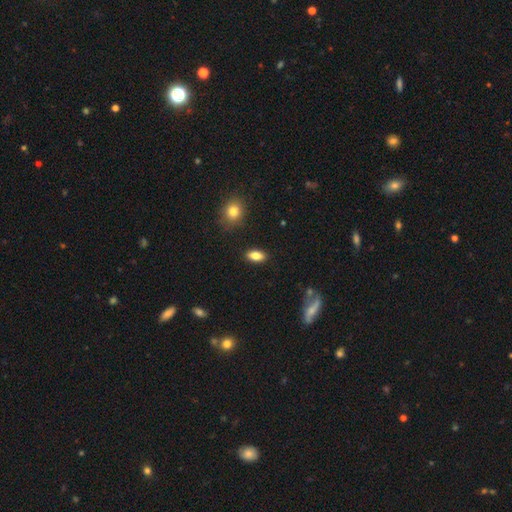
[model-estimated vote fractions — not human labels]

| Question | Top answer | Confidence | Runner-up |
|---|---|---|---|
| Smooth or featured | smooth | 82% | featured or disk (9%) |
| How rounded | in between | 87% | cigar-shaped (8%) |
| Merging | none | 88% | minor disturbance (8%) |